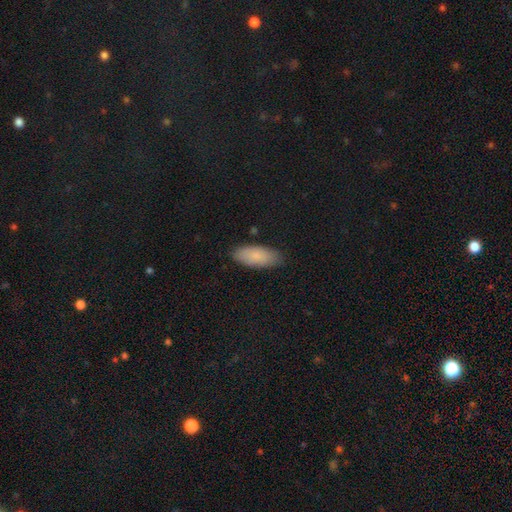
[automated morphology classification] A smooth galaxy with no disk features (85%) that is in between round and cigar-shaped (83%).

Vote fractions:
- Smooth or featured? smooth: 85% / featured or disk: 9% / star or artifact: 6%
- How rounded? in between: 83% / cigar-shaped: 15% / round: 2%
- Merging? none: 84% / minor disturbance: 13% / major disturbance: 2% / merger: 1%